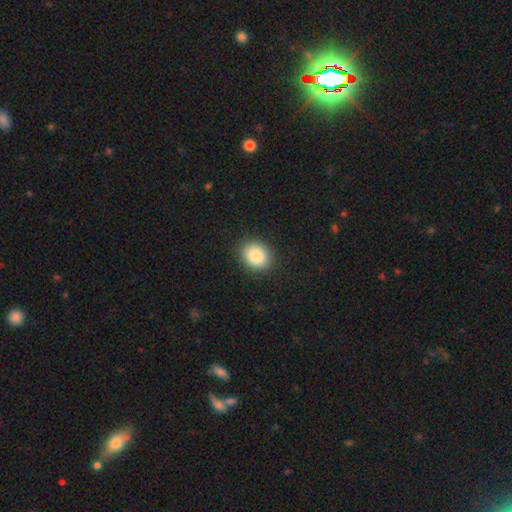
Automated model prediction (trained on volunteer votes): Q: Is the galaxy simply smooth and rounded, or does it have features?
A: smooth — 87%.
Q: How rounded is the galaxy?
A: round — 58%.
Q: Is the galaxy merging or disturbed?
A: none — 89%.